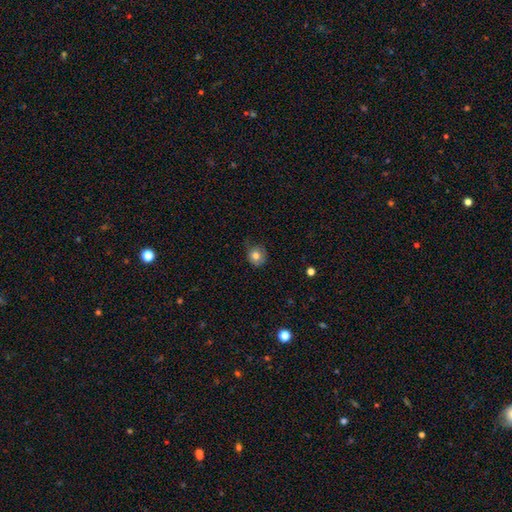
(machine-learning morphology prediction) Smooth or featured: smooth — 80% (star or artifact — 10%)
How rounded: round — 83% (in between — 16%)
Merging: none — 64% (minor disturbance — 27%)